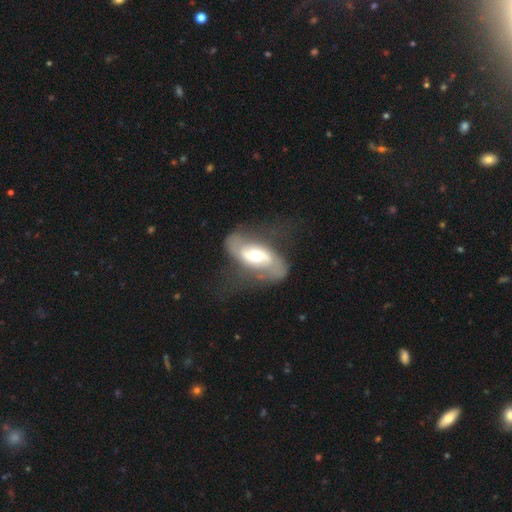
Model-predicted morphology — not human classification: Q: Smooth or featured?
A: featured or disk (76%); runner-up: smooth (18%)
Q: Edge-on disk?
A: no (93%); runner-up: yes (7%)
Q: Bar?
A: weak (39%); runner-up: strong (32%)
Q: Spiral arms?
A: yes (86%); runner-up: no (14%)
Q: Spiral winding?
A: loose (50%); runner-up: medium (35%)
Q: Spiral arm count?
A: 2 (85%); runner-up: can't tell (8%)
Q: Bulge size?
A: moderate (63%); runner-up: small (21%)
Q: Merging?
A: none (55%); runner-up: minor disturbance (22%)